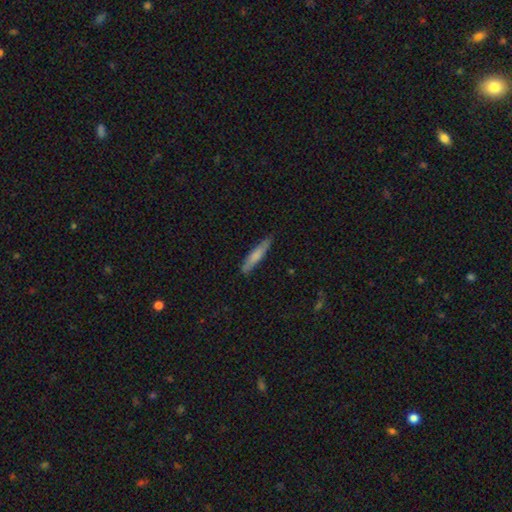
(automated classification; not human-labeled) A smooth galaxy with no disk features (71%) that is cigar-shaped (89%).

Vote fractions:
- Smooth or featured? smooth: 71% / featured or disk: 24% / star or artifact: 6%
- How rounded? cigar-shaped: 89% / in between: 10% / round: 1%
- Merging? none: 83% / minor disturbance: 14% / major disturbance: 2% / merger: 1%